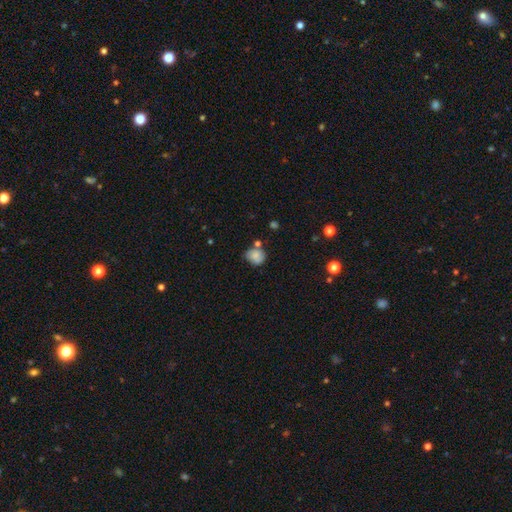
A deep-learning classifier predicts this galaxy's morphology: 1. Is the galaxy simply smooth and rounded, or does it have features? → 74% smooth, 16% featured or disk, 10% star or artifact.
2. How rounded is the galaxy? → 64% round, 35% in between, 1% cigar-shaped.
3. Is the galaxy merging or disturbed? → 52% none, 27% minor disturbance, 13% merger, 8% major disturbance.